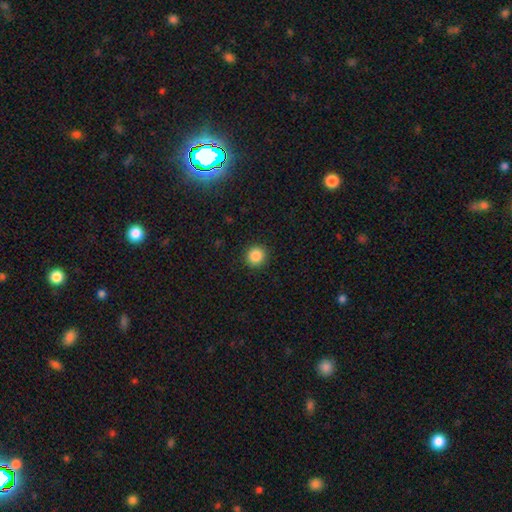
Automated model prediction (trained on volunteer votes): Smooth or featured: smooth — 87% (star or artifact — 10%)
How rounded: round — 92% (in between — 7%)
Merging: none — 92% (minor disturbance — 5%)